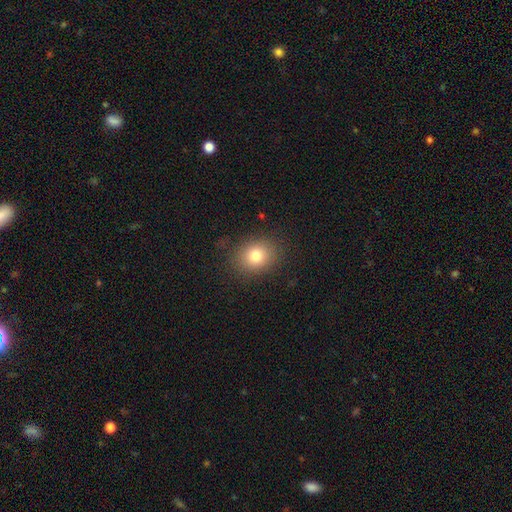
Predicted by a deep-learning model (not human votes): Smooth or featured? smooth (78%)
How rounded? round (55%)
Merging? none (85%)